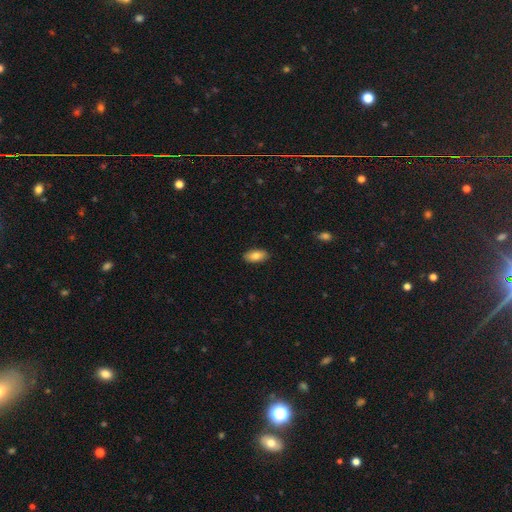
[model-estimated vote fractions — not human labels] Overall: smooth (81%). How rounded: in between (91%). Merging: none (89%).